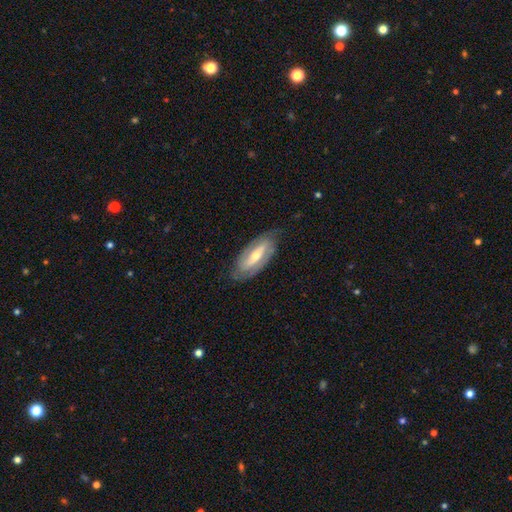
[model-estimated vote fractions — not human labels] featured or disk 73%, smooth 21%, star or artifact 5%. Down the decision tree: edge-on disk — no (85%); bar — strong (53%); spiral arms — yes (78%); bulge size — moderate (52%); merging — none (78%).